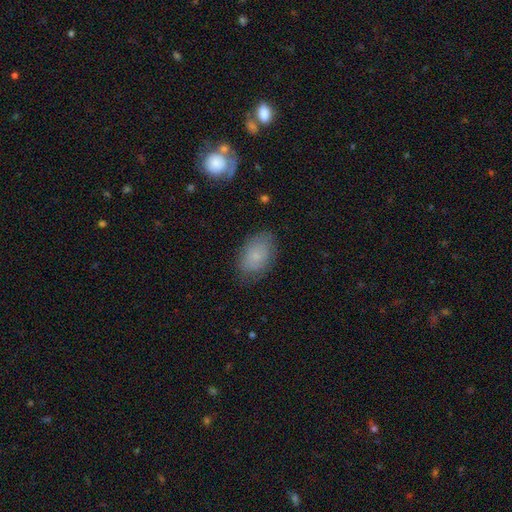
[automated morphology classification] Smooth or featured?
  - smooth: 72% *
  - featured or disk: 19%
  - star or artifact: 9%
How rounded?
  - in between: 87% *
  - round: 12%
  - cigar-shaped: 1%
Merging?
  - none: 76% *
  - minor disturbance: 18%
  - major disturbance: 6%
  - merger: 1%